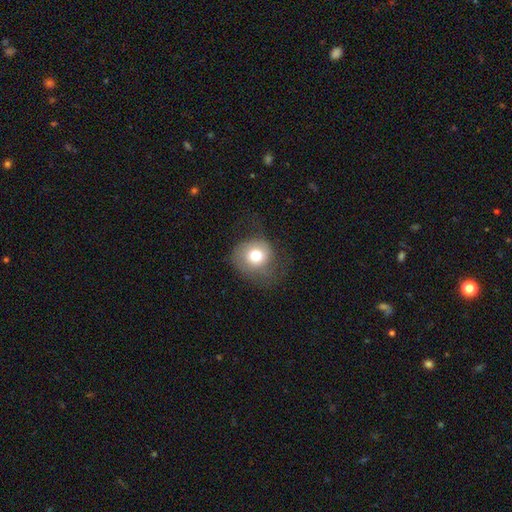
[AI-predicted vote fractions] A smooth galaxy with no disk features (69%) that is round (79%).

Vote fractions:
- Smooth or featured? smooth: 69% / featured or disk: 22% / star or artifact: 9%
- How rounded? round: 79% / in between: 20% / cigar-shaped: 1%
- Merging? none: 49% / minor disturbance: 27% / major disturbance: 23% / merger: 1%